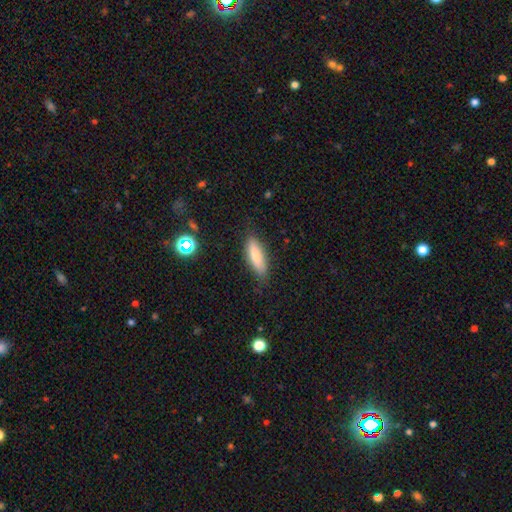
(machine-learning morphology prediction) A smooth galaxy with no disk features (75%) that is in between round and cigar-shaped (50%).

Vote fractions:
- Smooth or featured? smooth: 75% / featured or disk: 18% / star or artifact: 7%
- How rounded? in between: 50% / cigar-shaped: 48% / round: 2%
- Merging? none: 80% / minor disturbance: 15% / major disturbance: 3% / merger: 1%